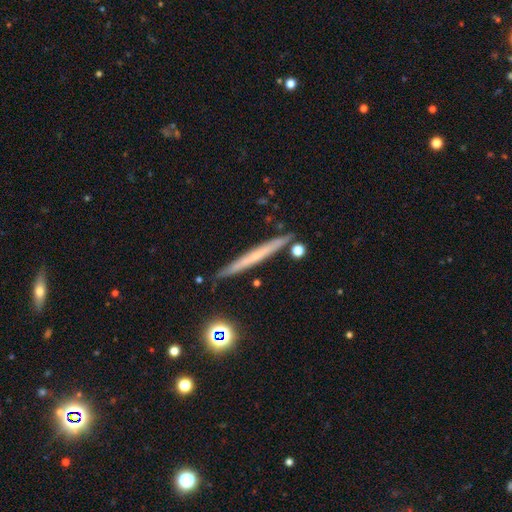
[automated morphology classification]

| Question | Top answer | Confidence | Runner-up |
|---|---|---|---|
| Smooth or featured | featured or disk | 51% | smooth (40%) |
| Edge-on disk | yes | 95% | no (5%) |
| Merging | none | 85% | minor disturbance (10%) |